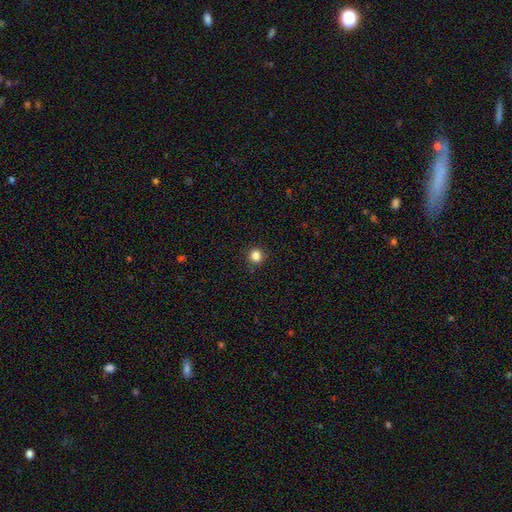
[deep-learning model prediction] smooth 84%, star or artifact 12%, featured or disk 4%. Down the decision tree: how rounded — round (94%); merging — none (92%).